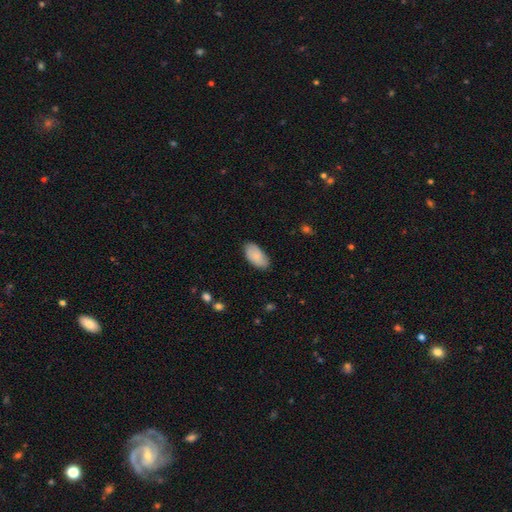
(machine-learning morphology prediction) Q: Smooth or featured?
A: smooth (79%); runner-up: featured or disk (15%)
Q: How rounded?
A: in between (94%); runner-up: cigar-shaped (3%)
Q: Merging?
A: none (79%); runner-up: minor disturbance (17%)